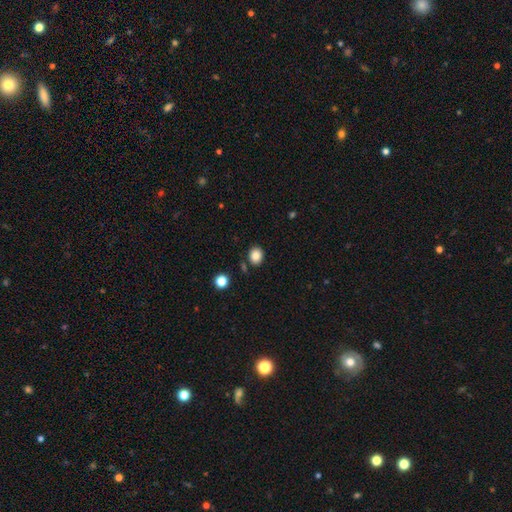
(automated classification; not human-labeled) Smooth or featured? smooth (85%)
How rounded? round (59%)
Merging? none (83%)